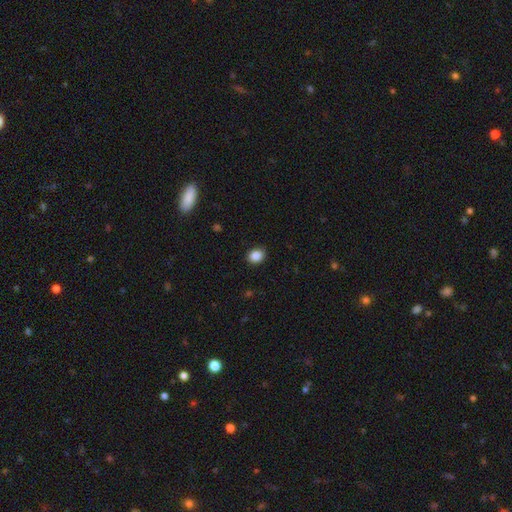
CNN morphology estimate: Smooth or featured? Predicted: smooth (p=0.87). How rounded? Predicted: round (p=0.57). Merging? Predicted: none (p=0.90).